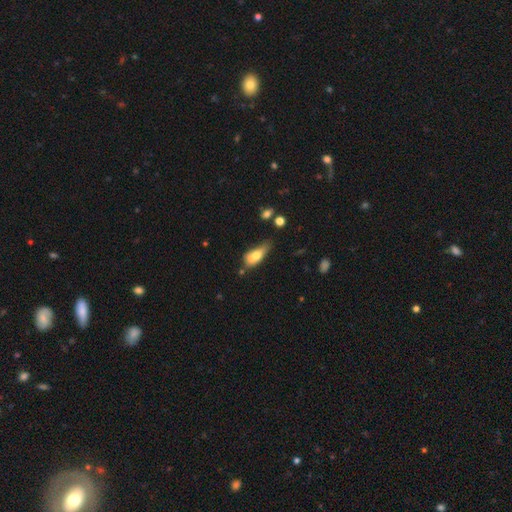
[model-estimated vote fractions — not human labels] Smooth or featured: smooth — 71% (featured or disk — 22%)
How rounded: in between — 75% (cigar-shaped — 21%)
Merging: minor disturbance — 40% (none — 36%)